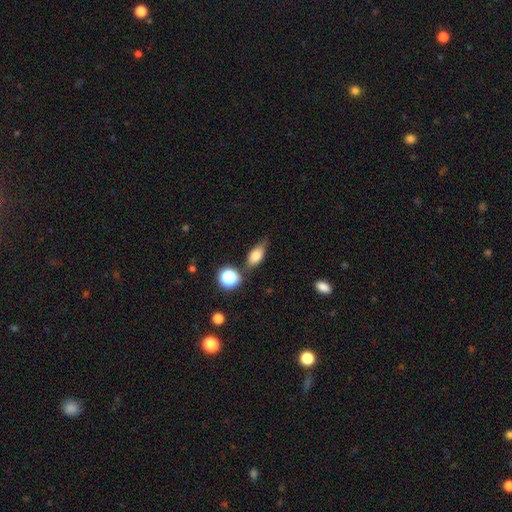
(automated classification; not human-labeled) A smooth galaxy with no disk features (73%) that is in between round and cigar-shaped (75%). Merging: none (65%).